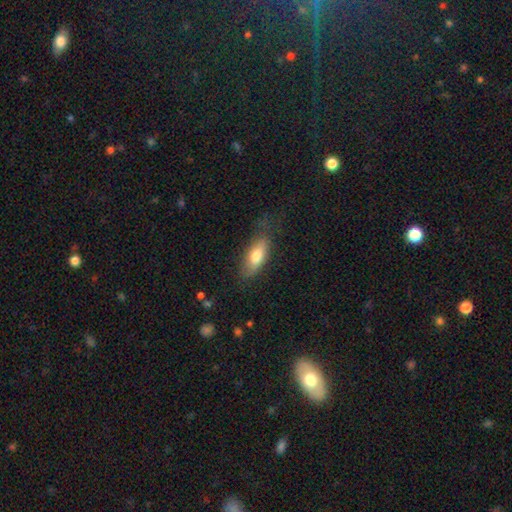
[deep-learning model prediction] Q: Smooth or featured?
A: smooth (73%); runner-up: featured or disk (21%)
Q: How rounded?
A: in between (76%); runner-up: cigar-shaped (21%)
Q: Merging?
A: none (69%); runner-up: minor disturbance (22%)